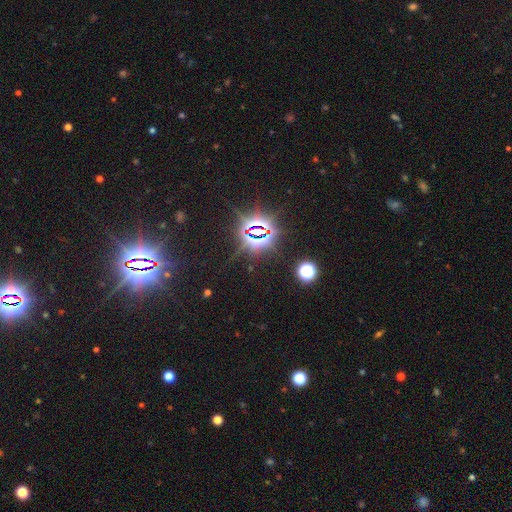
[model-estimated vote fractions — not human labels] Smooth or featured?
  - star or artifact: 84% *
  - smooth: 9%
  - featured or disk: 7%